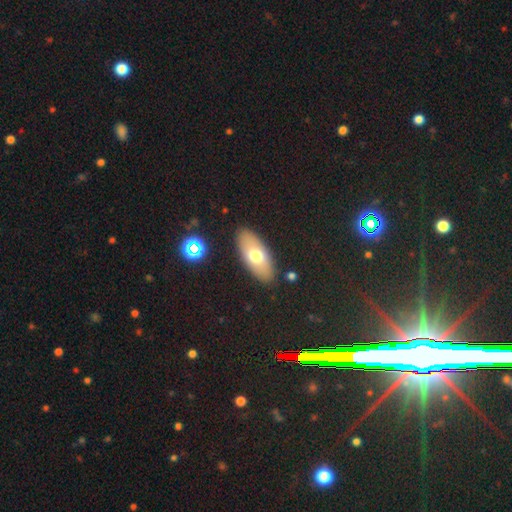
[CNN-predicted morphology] A smooth galaxy with no disk features (67%) that is in between round and cigar-shaped (87%). Merging: none (87%).